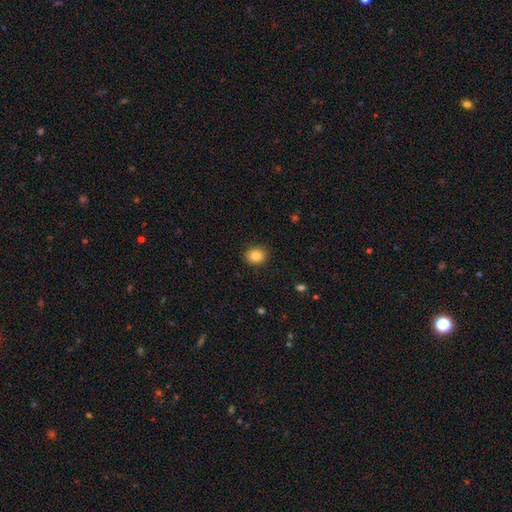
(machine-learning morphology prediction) A smooth galaxy with no disk features (85%) that is round (59%).

Vote fractions:
- Smooth or featured? smooth: 85% / star or artifact: 9% / featured or disk: 6%
- How rounded? round: 59% / in between: 40% / cigar-shaped: 1%
- Merging? none: 89% / minor disturbance: 8% / major disturbance: 2% / merger: 1%